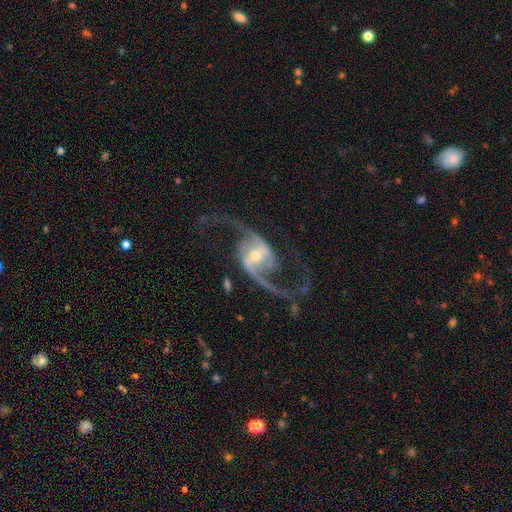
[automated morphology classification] Q: Smooth or featured?
A: featured or disk (93%); runner-up: star or artifact (4%)
Q: Edge-on disk?
A: no (97%); runner-up: yes (3%)
Q: Bar?
A: strong (45%); runner-up: weak (37%)
Q: Spiral arms?
A: yes (98%); runner-up: no (2%)
Q: Spiral winding?
A: loose (67%); runner-up: medium (27%)
Q: Spiral arm count?
A: 2 (94%); runner-up: 1 (1%)
Q: Bulge size?
A: small (55%); runner-up: moderate (40%)
Q: Merging?
A: none (75%); runner-up: major disturbance (12%)